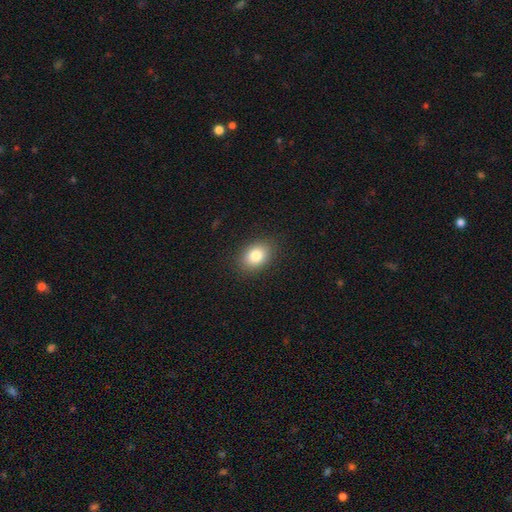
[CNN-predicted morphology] Smooth or featured?
  - smooth: 84% *
  - star or artifact: 9%
  - featured or disk: 8%
How rounded?
  - in between: 73% *
  - round: 26%
  - cigar-shaped: 1%
Merging?
  - none: 88% *
  - minor disturbance: 8%
  - major disturbance: 3%
  - merger: 1%